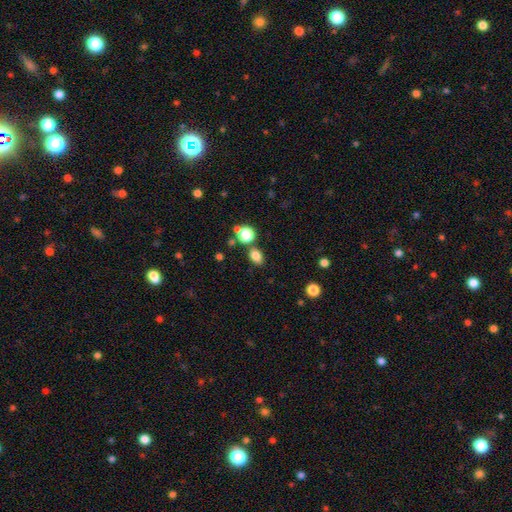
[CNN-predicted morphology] Q: Smooth or featured?
A: smooth (81%); runner-up: star or artifact (14%)
Q: How rounded?
A: in between (70%); runner-up: round (28%)
Q: Merging?
A: none (73%); runner-up: minor disturbance (12%)